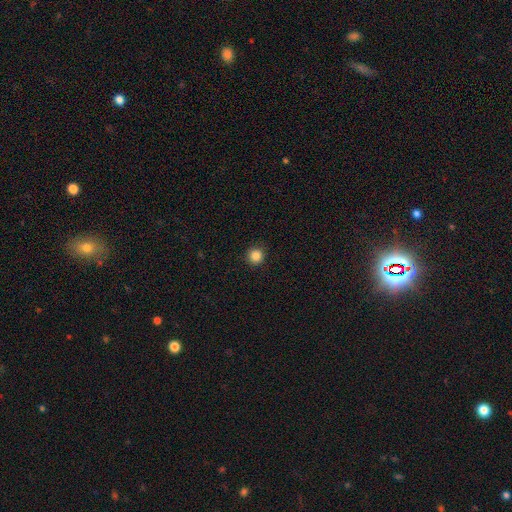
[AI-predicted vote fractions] Overall: smooth (86%). How rounded: round (94%). Merging: none (91%).